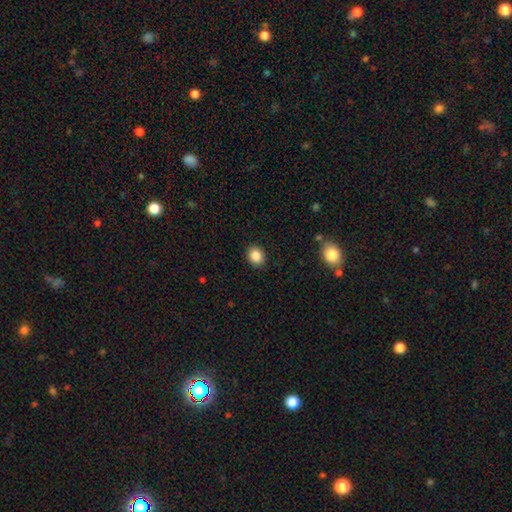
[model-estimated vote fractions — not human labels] Q: Smooth or featured?
A: smooth (86%); runner-up: star or artifact (9%)
Q: How rounded?
A: round (60%); runner-up: in between (39%)
Q: Merging?
A: none (89%); runner-up: minor disturbance (7%)